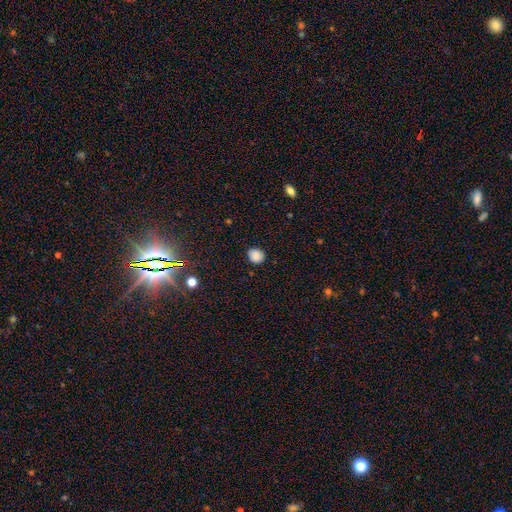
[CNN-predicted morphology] Overall: smooth (86%). How rounded: round (79%). Merging: none (88%).